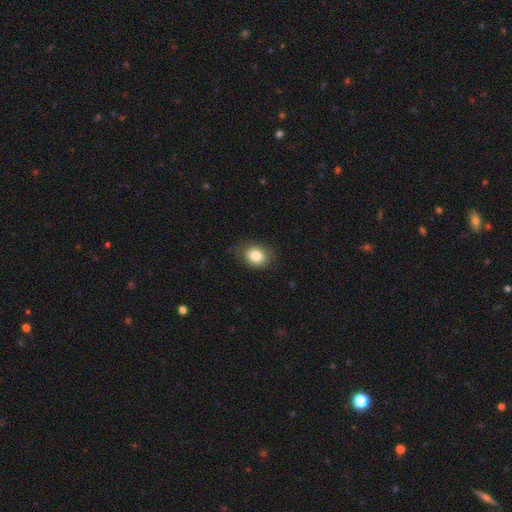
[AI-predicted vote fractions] Smooth or featured? Predicted: smooth (p=0.84). How rounded? Predicted: in between (p=0.61). Merging? Predicted: none (p=0.79).